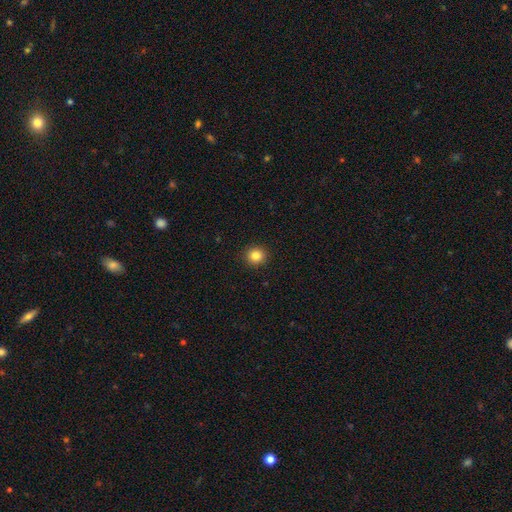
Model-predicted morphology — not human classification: smooth_or_featured: smooth (p=0.84) [alt: star or artifact p=0.11]
how_rounded: round (p=0.90) [alt: in between p=0.09]
merging: none (p=0.92) [alt: minor disturbance p=0.05]